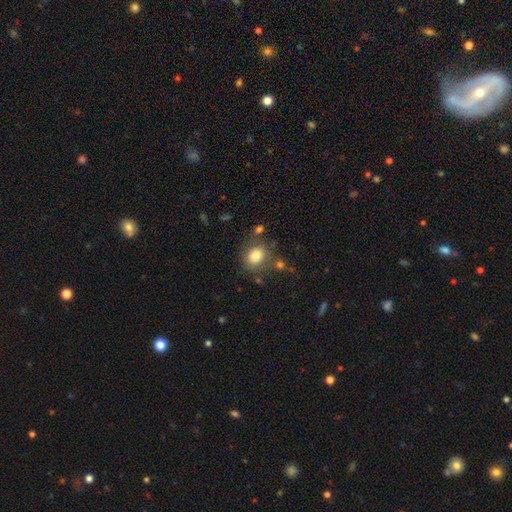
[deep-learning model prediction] smooth_or_featured: smooth (p=0.81) [alt: star or artifact p=0.10]
how_rounded: round (p=0.63) [alt: in between p=0.36]
merging: none (p=0.74) [alt: minor disturbance p=0.14]